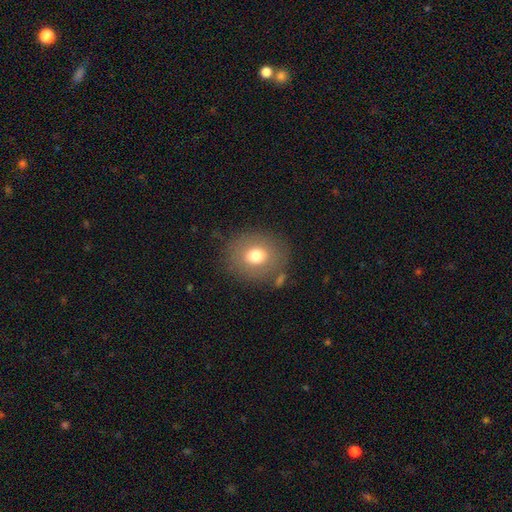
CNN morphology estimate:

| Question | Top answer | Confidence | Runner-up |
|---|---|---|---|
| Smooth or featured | smooth | 73% | featured or disk (17%) |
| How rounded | round | 66% | in between (33%) |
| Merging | none | 81% | minor disturbance (11%) |